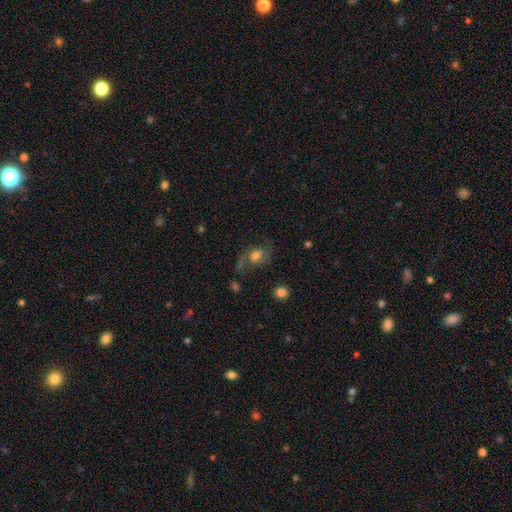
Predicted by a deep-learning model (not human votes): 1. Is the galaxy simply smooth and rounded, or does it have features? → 46% featured or disk, 42% smooth, 11% star or artifact.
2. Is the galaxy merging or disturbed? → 51% none, 22% minor disturbance, 21% major disturbance, 6% merger.